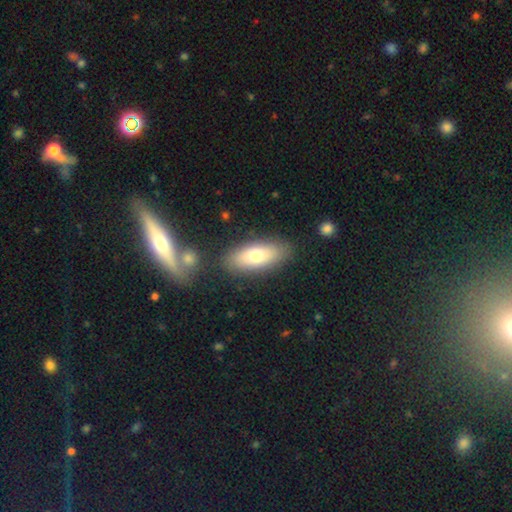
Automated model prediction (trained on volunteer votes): smooth 69%, featured or disk 24%, star or artifact 7%. Down the decision tree: how rounded — in between (79%); merging — none (83%).